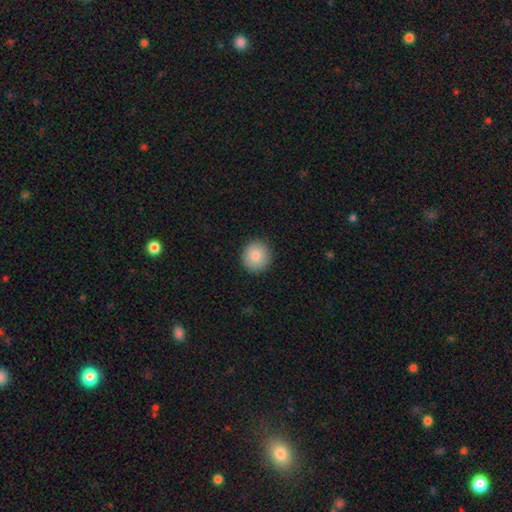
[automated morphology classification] Smooth or featured? Predicted: smooth (p=0.85). How rounded? Predicted: round (p=0.93). Merging? Predicted: none (p=0.91).